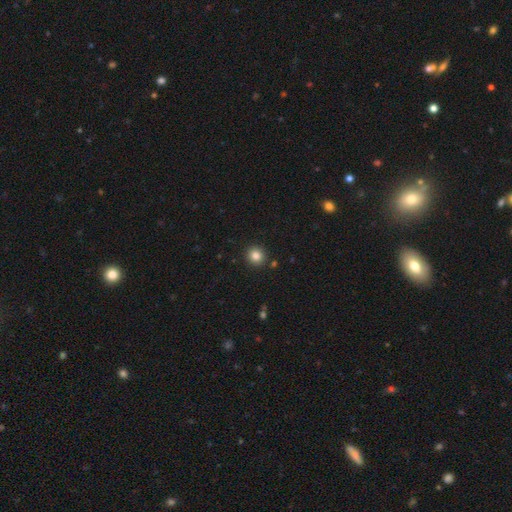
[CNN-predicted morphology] smooth_or_featured: smooth (p=0.83) [alt: star or artifact p=0.11]
how_rounded: round (p=0.92) [alt: in between p=0.07]
merging: none (p=0.90) [alt: minor disturbance p=0.06]